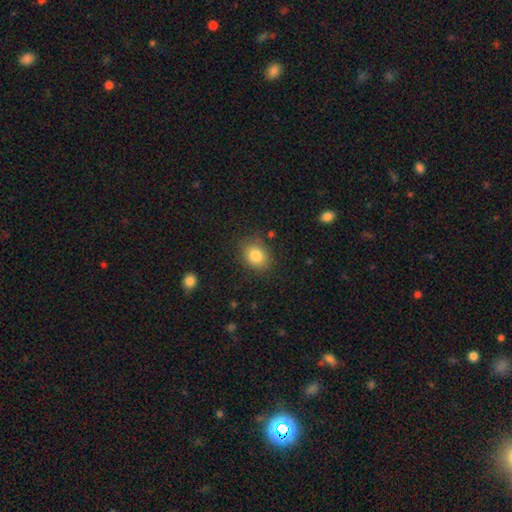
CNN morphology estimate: smooth 83%, star or artifact 9%, featured or disk 7%. Down the decision tree: how rounded — in between (50%); merging — none (82%).